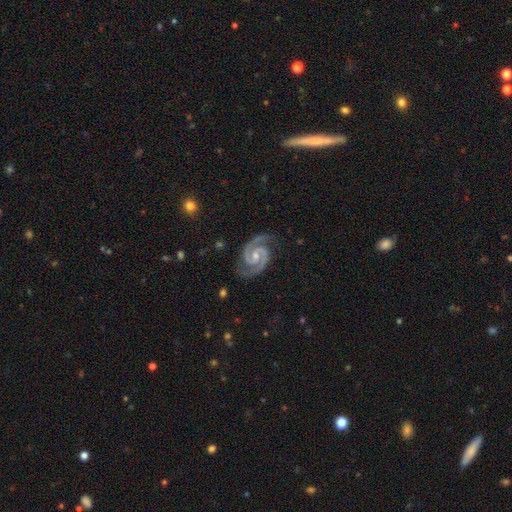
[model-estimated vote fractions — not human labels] This appears to be a featured or disk galaxy (93%) with no bar (48%), 2 (94%) tight (49%) spiral arms (99%) and a small central bulge (48%). Merging: none (83%).